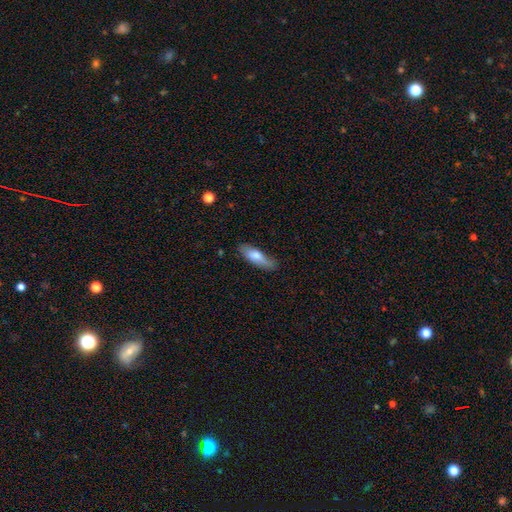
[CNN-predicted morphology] A smooth galaxy with no disk features (71%) that is in between round and cigar-shaped (51%). Merging: none (74%).